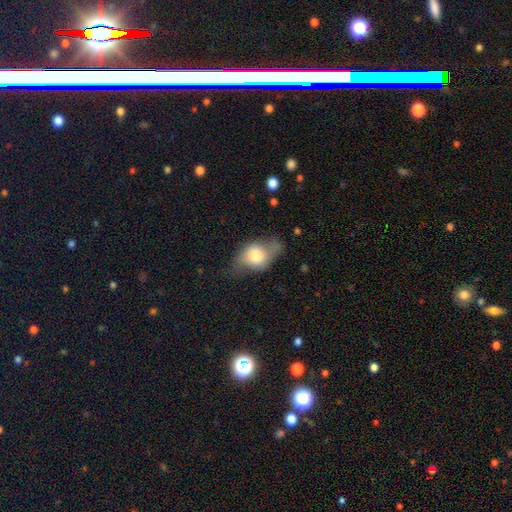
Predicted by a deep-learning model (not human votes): The model was most divided on "merging": none: 43%, minor disturbance: 34%, major disturbance: 20%, merger: 3%. More confident: how rounded — in between (71%); smooth or featured — smooth (61%).